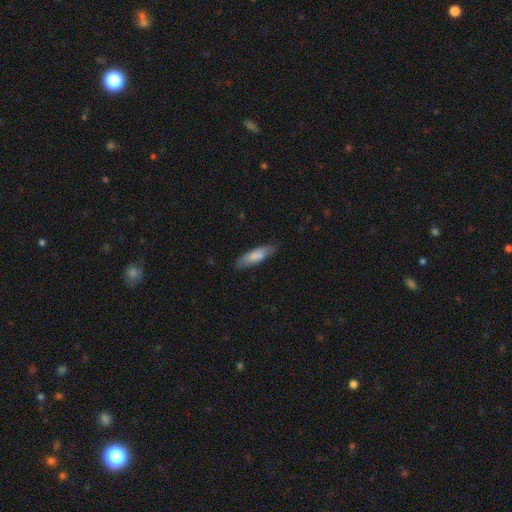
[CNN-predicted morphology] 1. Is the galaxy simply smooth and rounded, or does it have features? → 78% smooth, 17% featured or disk, 6% star or artifact.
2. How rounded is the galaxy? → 55% cigar-shaped, 44% in between, 1% round.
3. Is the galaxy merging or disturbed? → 79% none, 17% minor disturbance, 3% major disturbance, 1% merger.